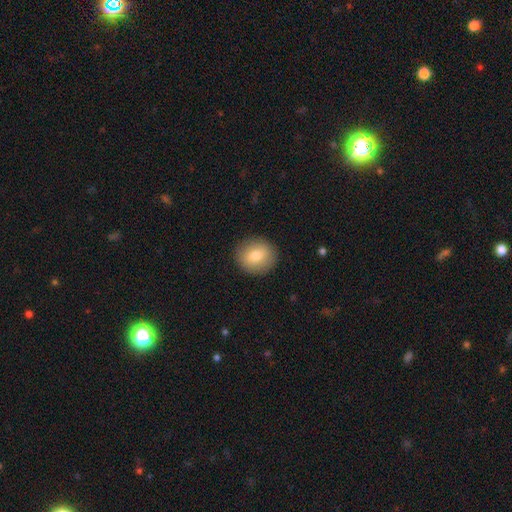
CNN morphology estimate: Smooth or featured? Predicted: smooth (p=0.78). How rounded? Predicted: round (p=0.80). Merging? Predicted: none (p=0.90).